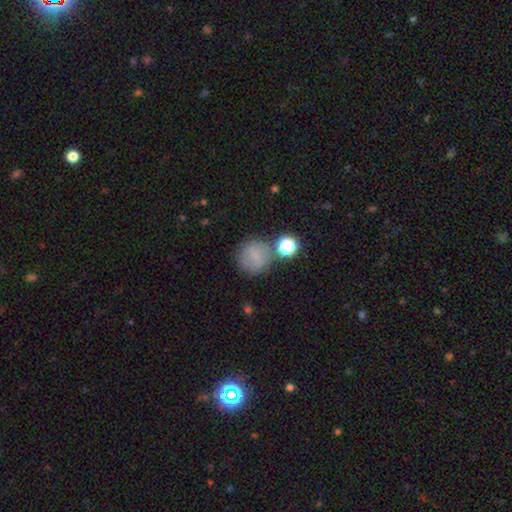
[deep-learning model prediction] Smooth or featured? Predicted: smooth (p=0.74). How rounded? Predicted: round (p=0.90). Merging? Predicted: none (p=0.67).